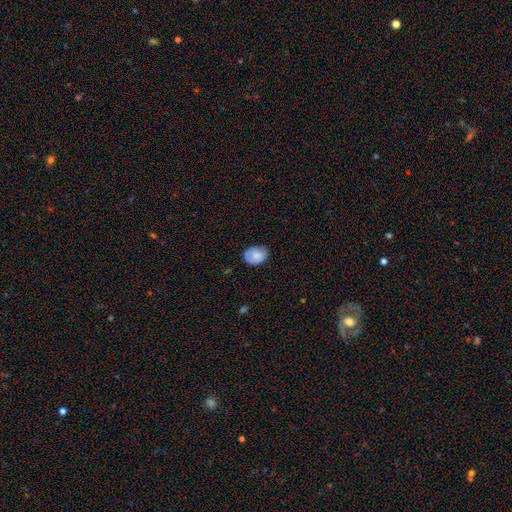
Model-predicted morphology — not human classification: smooth_or_featured: smooth (p=0.68) [alt: featured or disk p=0.25]
how_rounded: in between (p=0.65) [alt: round p=0.34]
merging: none (p=0.68) [alt: minor disturbance p=0.25]